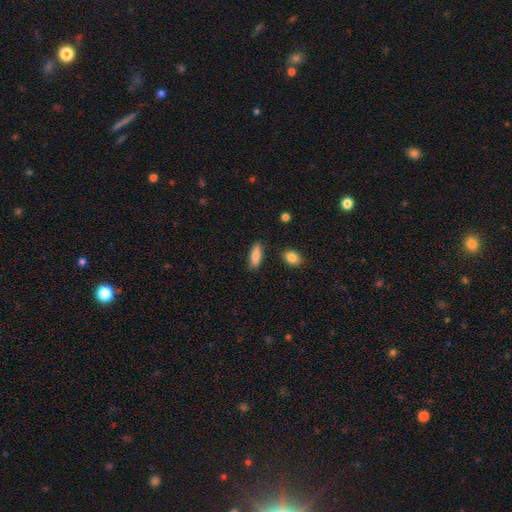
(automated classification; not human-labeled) Smooth or featured? Predicted: smooth (p=0.83). How rounded? Predicted: in between (p=0.58). Merging? Predicted: none (p=0.84).